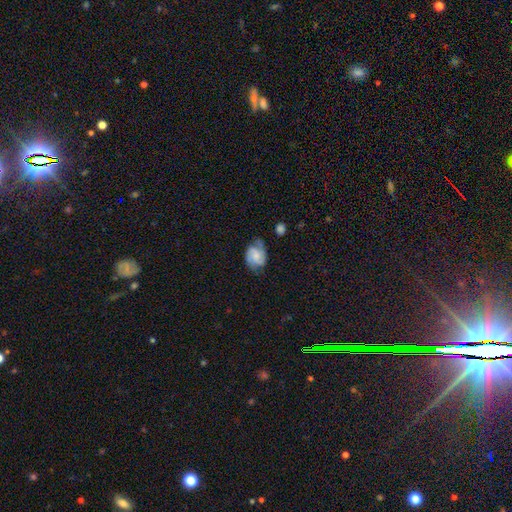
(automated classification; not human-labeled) A featured or disk galaxy (59%) with no bar (59%), 2 (76%) medium (45%) spiral arms (91%) and a small central bulge (49%). Merging: none (58%).